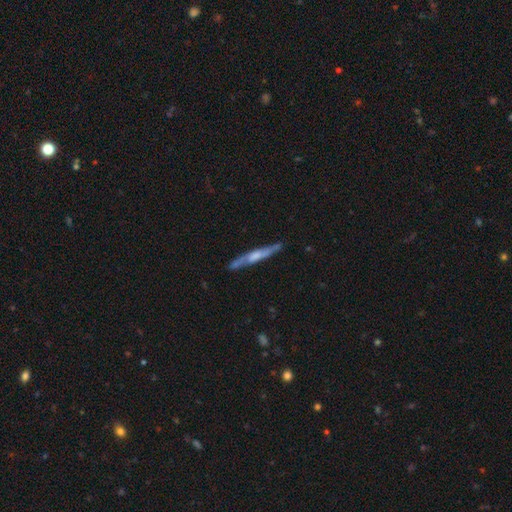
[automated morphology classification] The model was most divided on "edge-on bulge": rounded: 48%, none: 26%, boxy: 26%. More confident: edge-on disk — yes (91%); merging — none (82%); smooth or featured — featured or disk (67%).